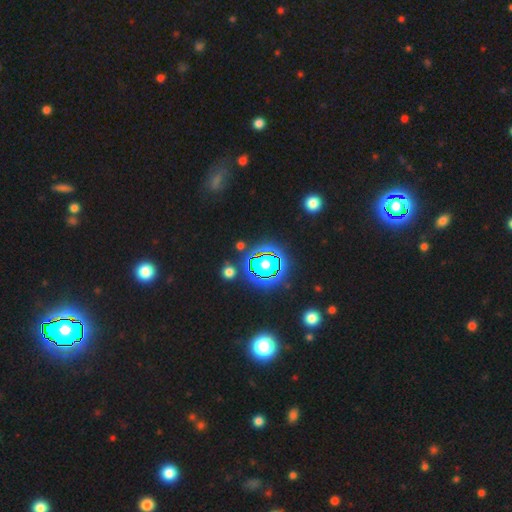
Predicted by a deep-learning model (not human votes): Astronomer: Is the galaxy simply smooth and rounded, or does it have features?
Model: star or artifact — 78%.